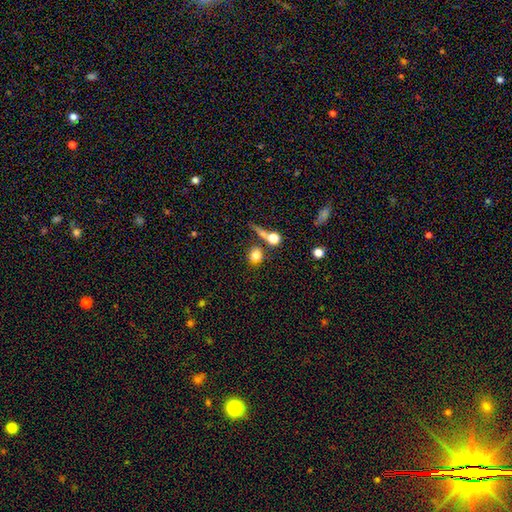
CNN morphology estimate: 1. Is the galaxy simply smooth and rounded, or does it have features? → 78% smooth, 13% star or artifact, 9% featured or disk.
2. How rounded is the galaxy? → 86% round, 12% in between, 2% cigar-shaped.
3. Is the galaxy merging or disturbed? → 67% none, 19% merger, 9% minor disturbance, 6% major disturbance.